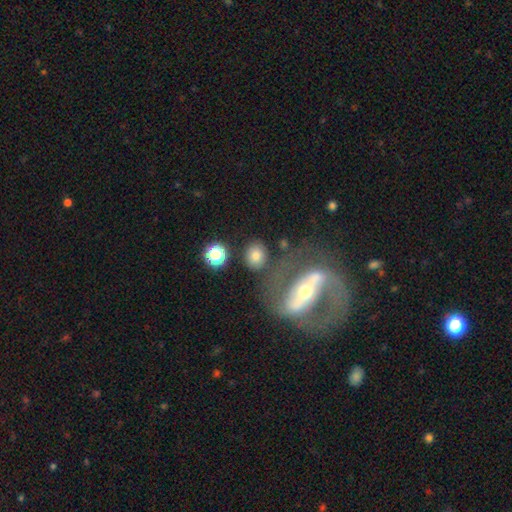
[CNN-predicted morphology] Smooth or featured?
  - smooth: 71% *
  - featured or disk: 19%
  - star or artifact: 10%
How rounded?
  - round: 57% *
  - in between: 41%
  - cigar-shaped: 2%
Merging?
  - none: 70% *
  - minor disturbance: 12%
  - merger: 11%
  - major disturbance: 7%